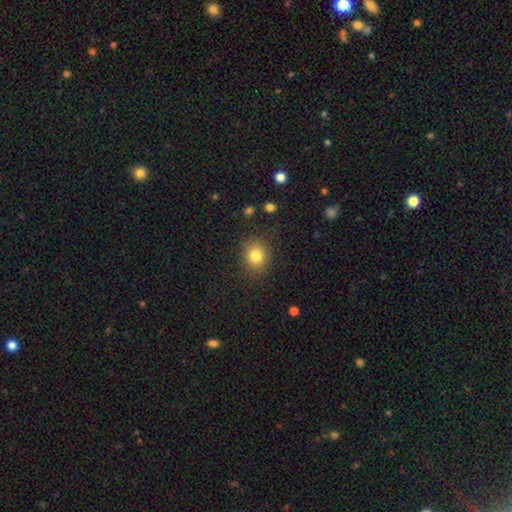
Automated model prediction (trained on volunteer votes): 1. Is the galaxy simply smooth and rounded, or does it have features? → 82% smooth, 11% star or artifact, 7% featured or disk.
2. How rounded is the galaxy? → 70% round, 29% in between, 1% cigar-shaped.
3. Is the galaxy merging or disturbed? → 85% none, 10% minor disturbance, 3% major disturbance, 1% merger.